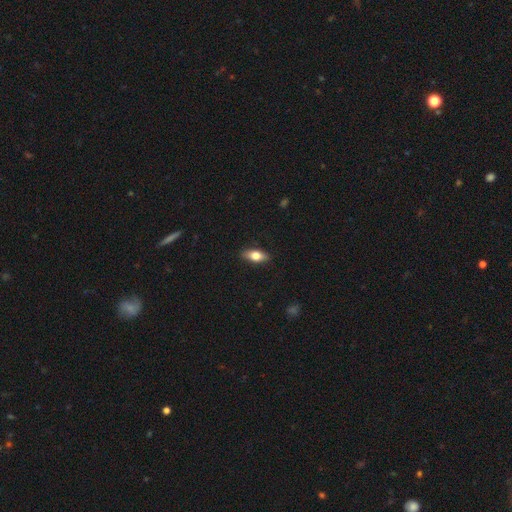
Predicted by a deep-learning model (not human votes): Smooth or featured? smooth (72%)
How rounded? in between (81%)
Merging? none (88%)